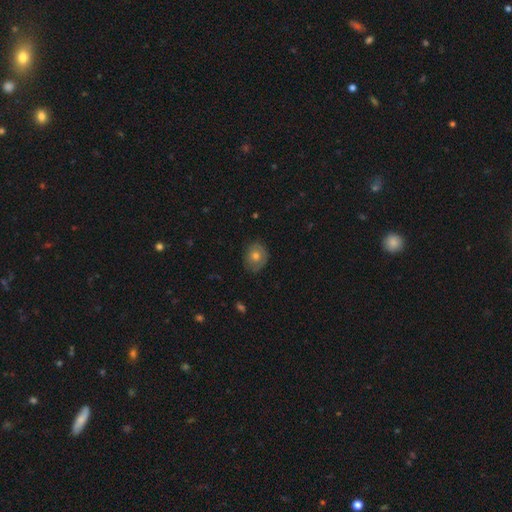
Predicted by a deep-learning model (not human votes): A smooth galaxy with no disk features (61%) that is round (55%).

Vote fractions:
- Smooth or featured? smooth: 61% / featured or disk: 28% / star or artifact: 10%
- How rounded? round: 55% / in between: 44% / cigar-shaped: 1%
- Merging? none: 79% / minor disturbance: 17% / major disturbance: 4% / merger: 1%